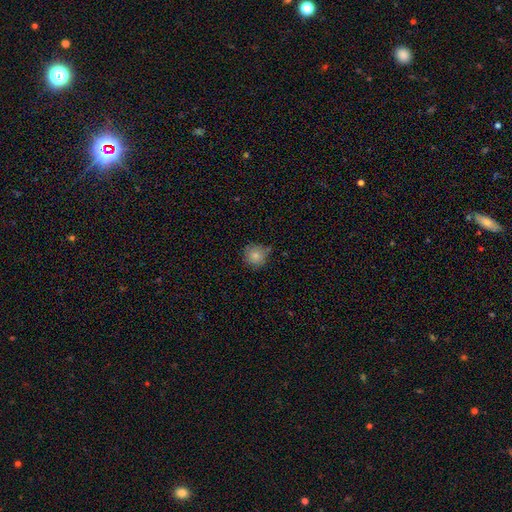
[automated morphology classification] smooth-or-featured: smooth: 83% | star or artifact: 9% | featured or disk: 8%
  how-rounded: round: 93% | in between: 6% | cigar-shaped: 1%
  merging: none: 74% | minor disturbance: 20% | major disturbance: 3% | merger: 3%